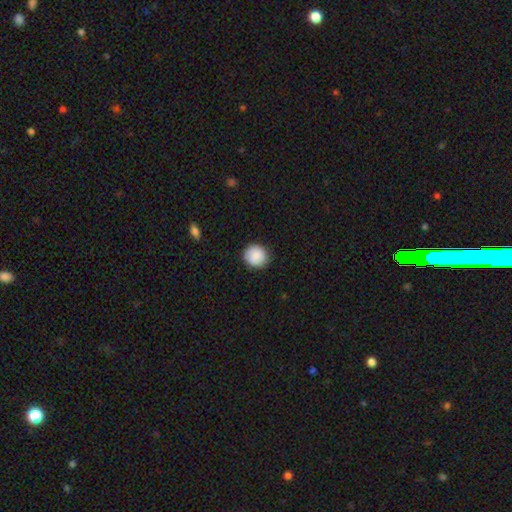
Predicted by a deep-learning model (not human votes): smooth-or-featured: smooth: 87% | star or artifact: 7% | featured or disk: 6%
  how-rounded: round: 89% | in between: 10% | cigar-shaped: 1%
  merging: none: 86% | minor disturbance: 11% | major disturbance: 2% | merger: 1%